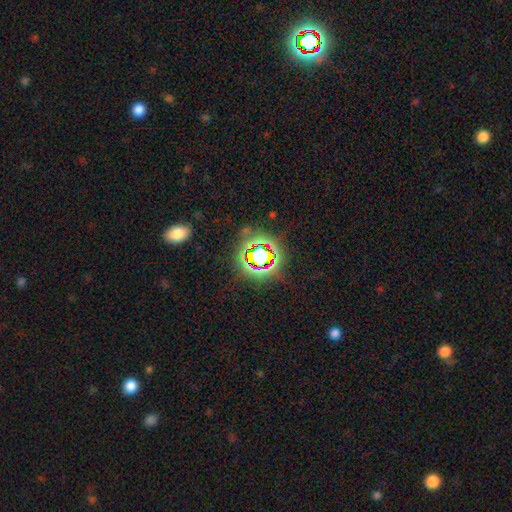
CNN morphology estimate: smooth-or-featured: star or artifact: 70% | smooth: 19% | featured or disk: 11%